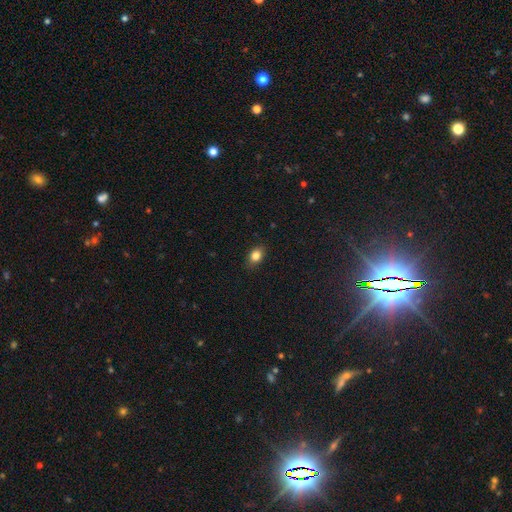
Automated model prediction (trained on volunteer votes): Q: Smooth or featured?
A: smooth (85%); runner-up: star or artifact (10%)
Q: How rounded?
A: in between (73%); runner-up: round (26%)
Q: Merging?
A: none (85%); runner-up: minor disturbance (12%)